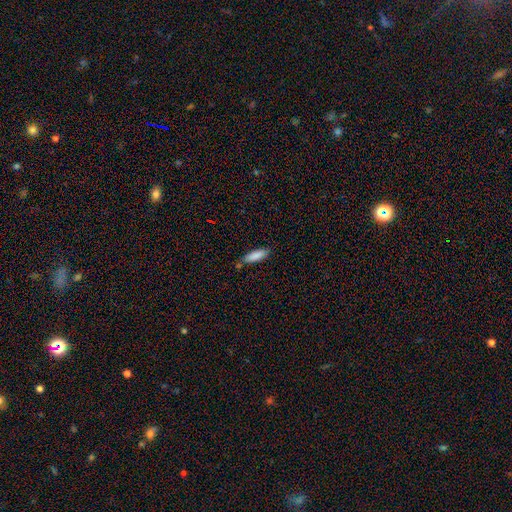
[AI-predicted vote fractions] Smooth or featured?
  - smooth: 86% *
  - featured or disk: 8%
  - star or artifact: 6%
How rounded?
  - cigar-shaped: 52% *
  - in between: 46%
  - round: 1%
Merging?
  - none: 73% *
  - minor disturbance: 17%
  - merger: 7%
  - major disturbance: 3%